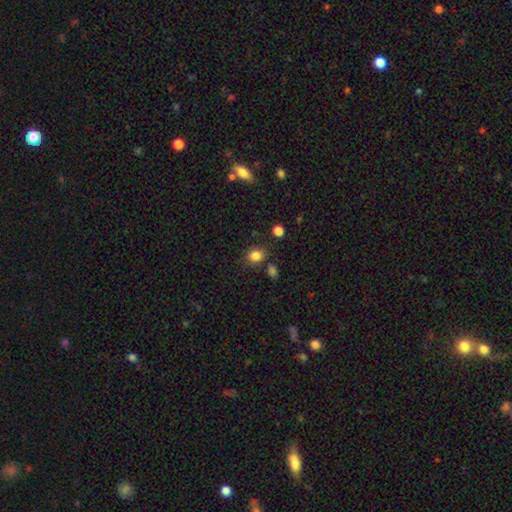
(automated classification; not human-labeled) Smooth or featured?
  - smooth: 83% *
  - star or artifact: 12%
  - featured or disk: 5%
How rounded?
  - round: 62% *
  - in between: 37%
  - cigar-shaped: 1%
Merging?
  - none: 77% *
  - minor disturbance: 12%
  - merger: 7%
  - major disturbance: 4%